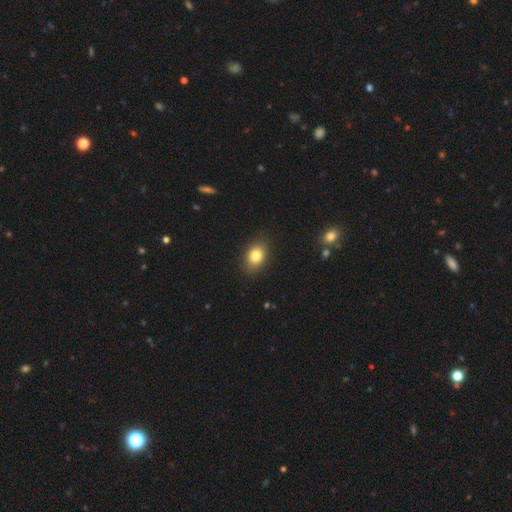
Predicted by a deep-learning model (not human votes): This appears to be a smooth galaxy with no disk features (82%) that is in between round and cigar-shaped (74%). Merging: none (87%).